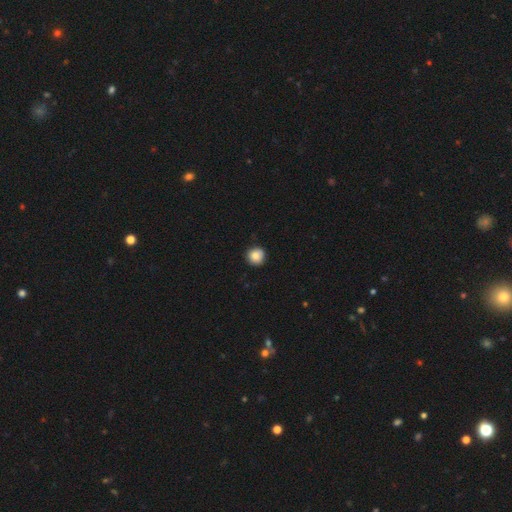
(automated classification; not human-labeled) Smooth or featured: smooth — 82% (star or artifact — 9%)
How rounded: round — 95% (in between — 4%)
Merging: none — 90% (minor disturbance — 8%)